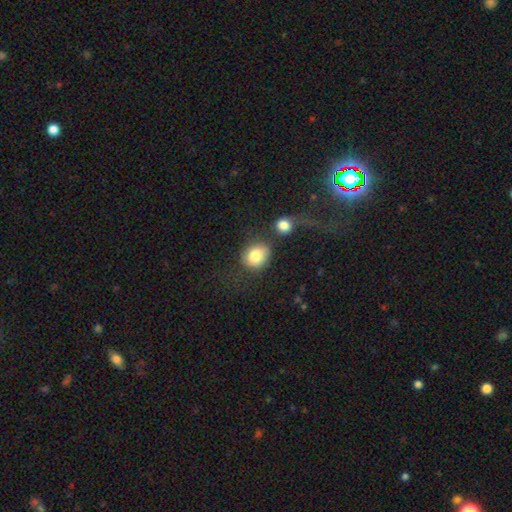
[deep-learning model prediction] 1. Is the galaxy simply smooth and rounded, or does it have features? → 81% smooth, 10% featured or disk, 8% star or artifact.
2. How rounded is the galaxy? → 71% round, 28% in between, 1% cigar-shaped.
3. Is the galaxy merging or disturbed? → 58% none, 18% merger, 14% minor disturbance, 10% major disturbance.